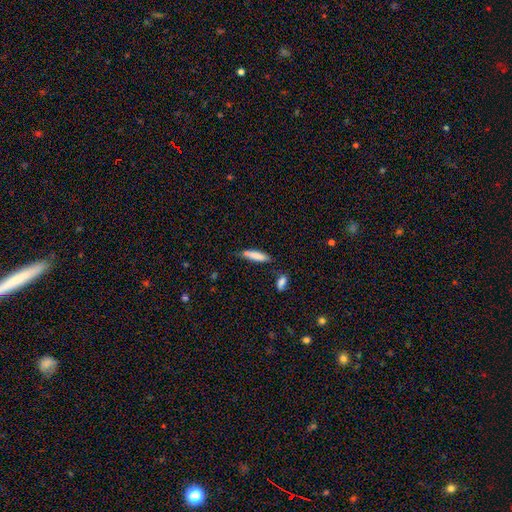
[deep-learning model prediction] The model was most divided on "merging": none: 66%, minor disturbance: 22%, merger: 7%, major disturbance: 5%. More confident: smooth or featured — smooth (82%); how rounded — cigar-shaped (73%).